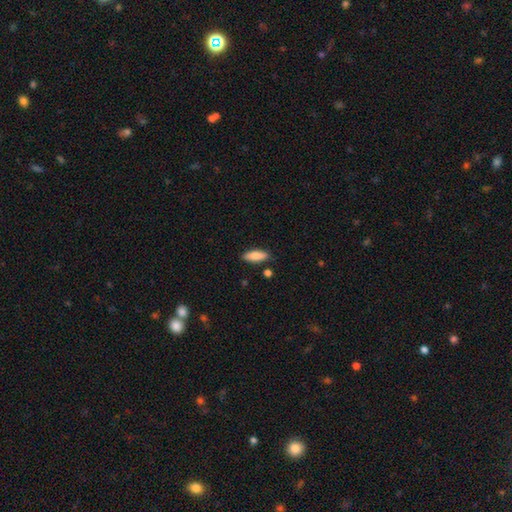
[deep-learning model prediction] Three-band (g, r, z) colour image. It shows a smooth galaxy with no disk features (84%) that is in between round and cigar-shaped (62%). Merging: none (83%).